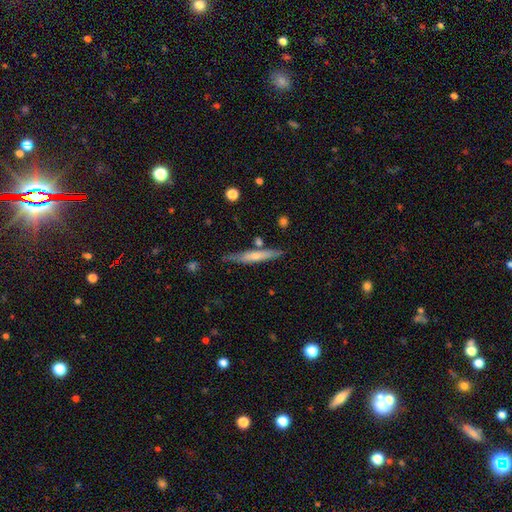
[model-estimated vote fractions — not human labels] This is possibly a smooth galaxy (49%). Merging: likely none (76%).